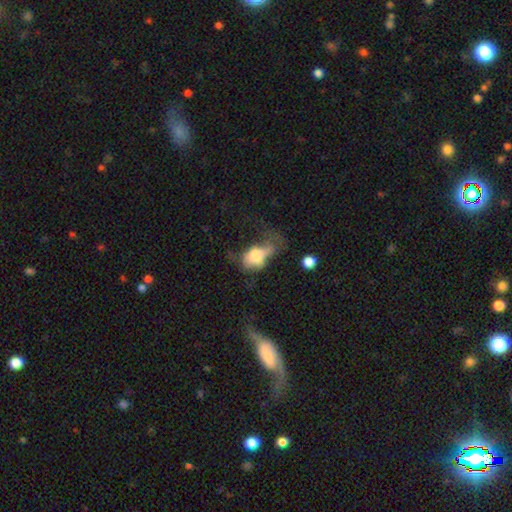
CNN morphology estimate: This appears to be a smooth galaxy with no disk features (60%) that is in between round and cigar-shaped (75%). Merging: major disturbance (55%).